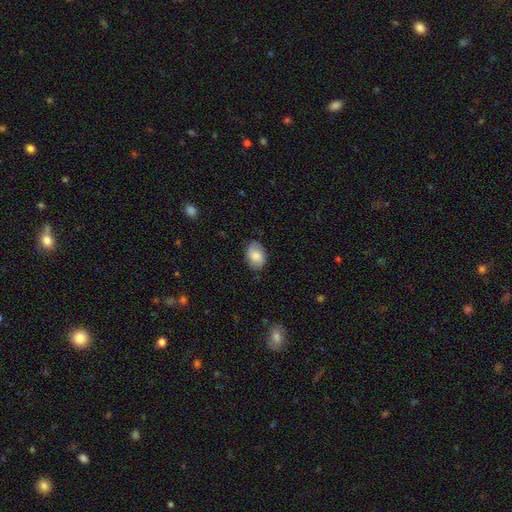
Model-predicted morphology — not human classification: The model was most divided on "how rounded": in between: 78%, round: 21%, cigar-shaped: 1%. More confident: merging — none (77%); smooth or featured — smooth (76%).